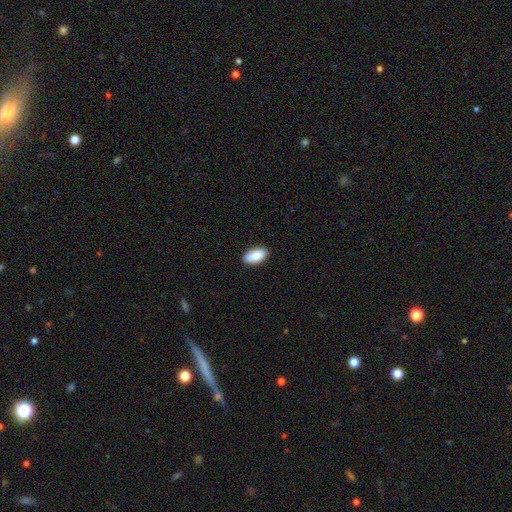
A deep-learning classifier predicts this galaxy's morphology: The model was most divided on "smooth or featured": smooth: 87%, featured or disk: 7%, star or artifact: 6%. More confident: how rounded — in between (92%); merging — none (89%).